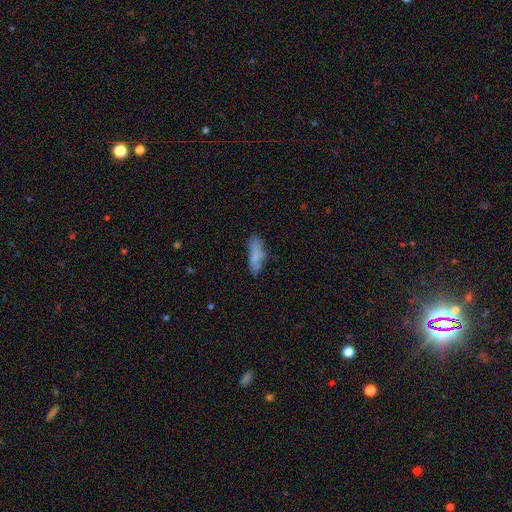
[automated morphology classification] A smooth galaxy with no disk features (76%) that is in between round and cigar-shaped (53%). Merging: none (63%).